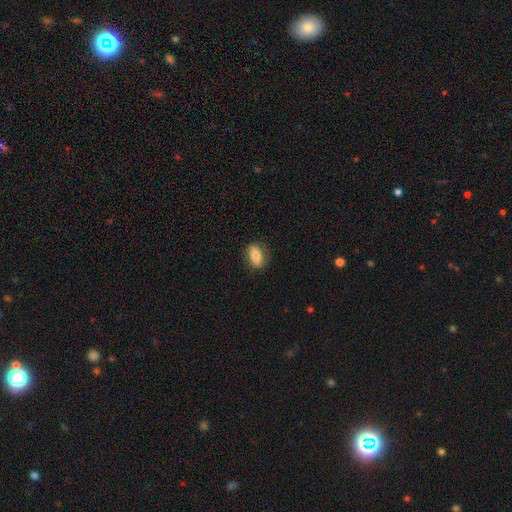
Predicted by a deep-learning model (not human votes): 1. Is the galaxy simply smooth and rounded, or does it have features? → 59% smooth, 34% featured or disk, 7% star or artifact.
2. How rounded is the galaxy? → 75% in between, 14% cigar-shaped, 11% round.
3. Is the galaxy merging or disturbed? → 80% none, 15% minor disturbance, 4% major disturbance, 1% merger.